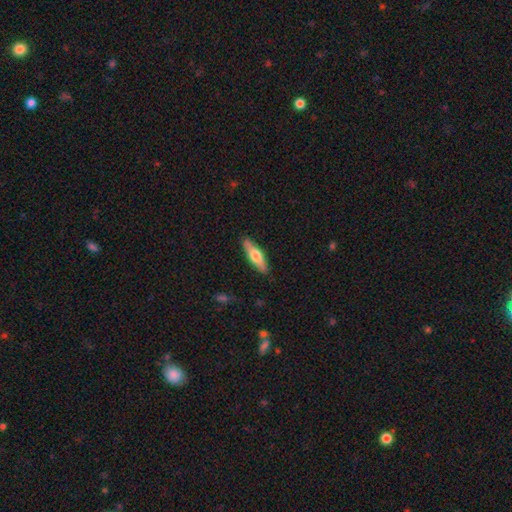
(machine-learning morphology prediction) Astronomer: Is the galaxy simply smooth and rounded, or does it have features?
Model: smooth — 54% (runner-up: featured or disk, 41%).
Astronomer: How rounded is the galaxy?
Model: cigar-shaped — 62%.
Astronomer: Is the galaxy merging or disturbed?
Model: none — 88%.